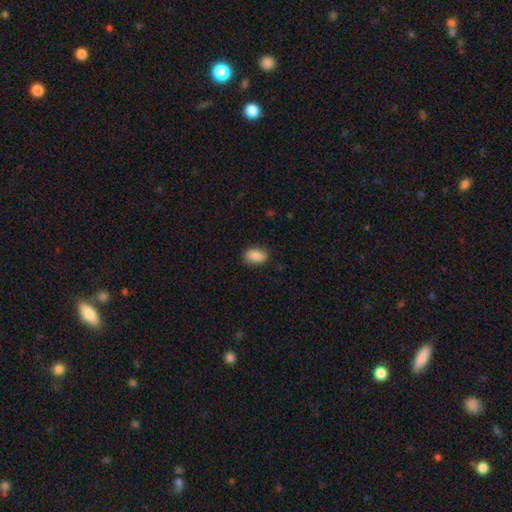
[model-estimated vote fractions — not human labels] Smooth or featured? Predicted: smooth (p=0.86). How rounded? Predicted: in between (p=0.87). Merging? Predicted: none (p=0.81).